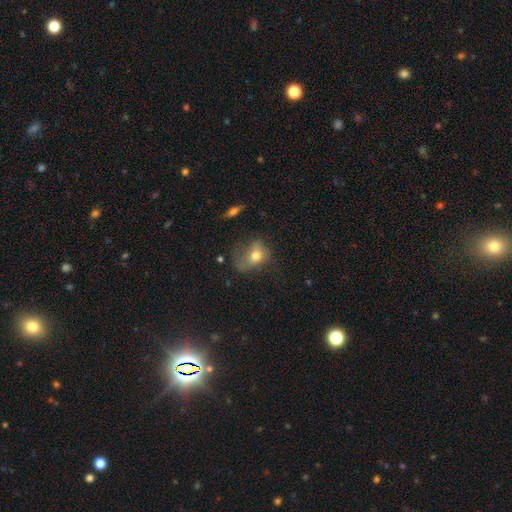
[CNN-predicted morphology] This appears to be a smooth galaxy with no disk features (66%) that is in between round and cigar-shaped (64%). Merging: major disturbance (41%).